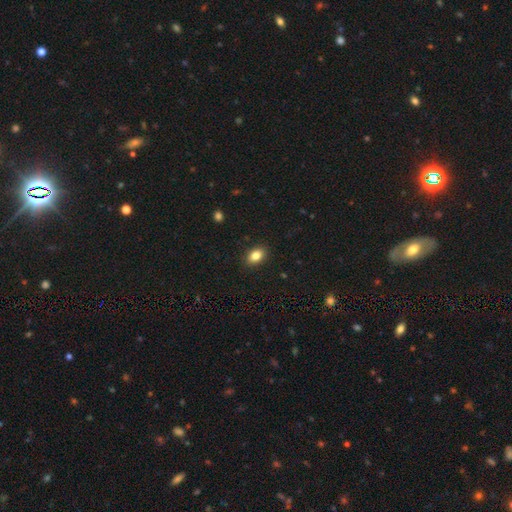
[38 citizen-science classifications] Overall: smooth (92%). How rounded: in between (80%). Merging: none (89%).